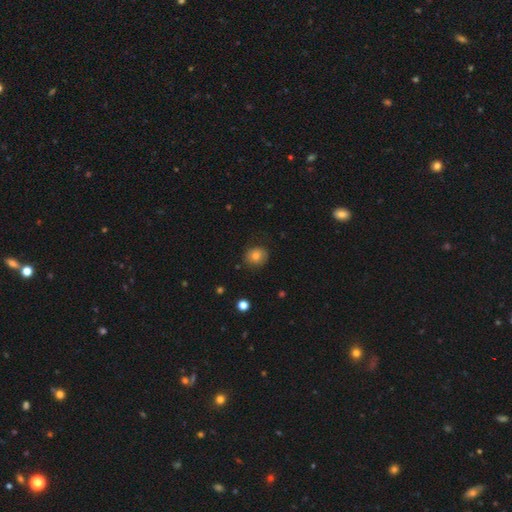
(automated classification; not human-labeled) smooth_or_featured: smooth (p=0.75) [alt: featured or disk p=0.13]
how_rounded: round (p=0.79) [alt: in between p=0.21]
merging: none (p=0.82) [alt: minor disturbance p=0.13]